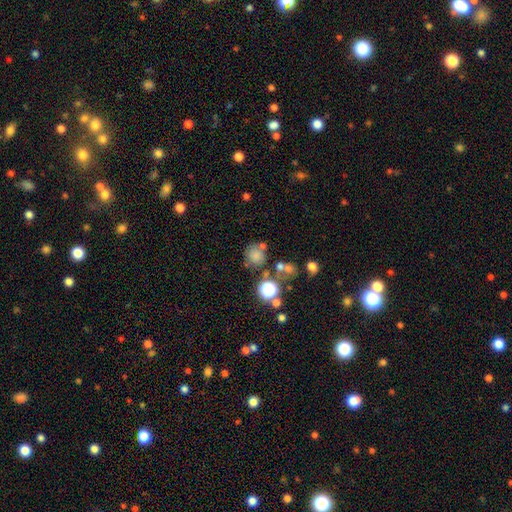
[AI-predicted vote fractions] This appears to be a smooth galaxy with no disk features (72%) that is round (86%). Merging: none (60%).